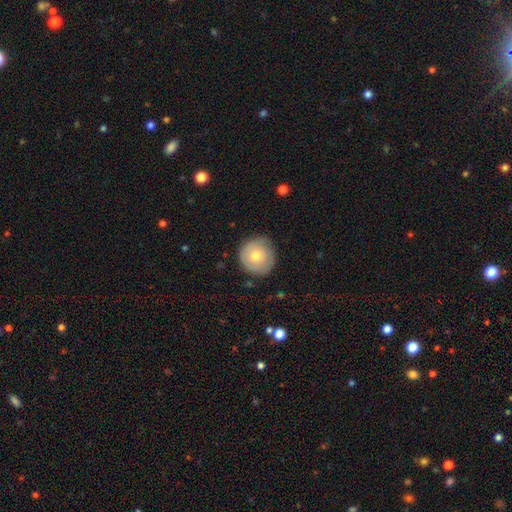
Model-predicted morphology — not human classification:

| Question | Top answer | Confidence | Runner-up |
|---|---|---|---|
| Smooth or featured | smooth | 68% | featured or disk (25%) |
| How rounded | round | 94% | in between (5%) |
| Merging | none | 81% | minor disturbance (15%) |